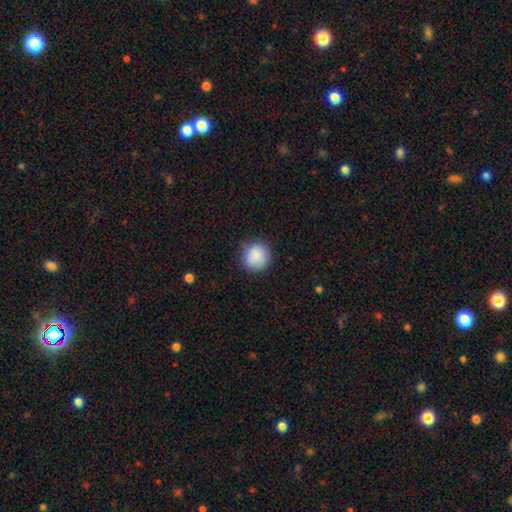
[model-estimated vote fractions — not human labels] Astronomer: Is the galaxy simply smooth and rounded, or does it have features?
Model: smooth — 86%.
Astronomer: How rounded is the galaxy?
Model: round — 88%.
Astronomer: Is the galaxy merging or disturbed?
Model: none — 80%.